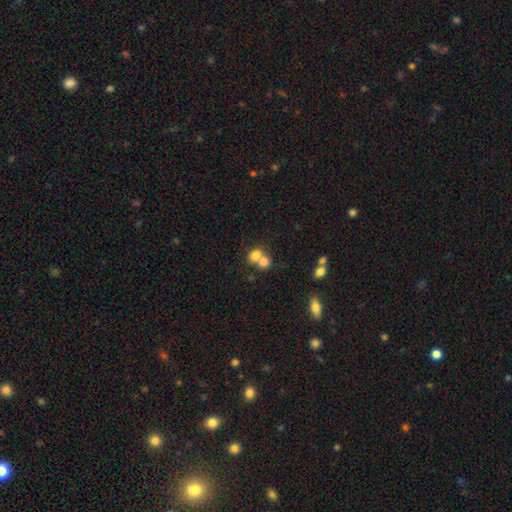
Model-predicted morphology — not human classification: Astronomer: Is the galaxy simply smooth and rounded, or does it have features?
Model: smooth — 76%.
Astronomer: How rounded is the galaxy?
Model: round — 60% (runner-up: in between, 39%).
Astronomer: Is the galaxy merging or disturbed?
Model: merger — 62%.